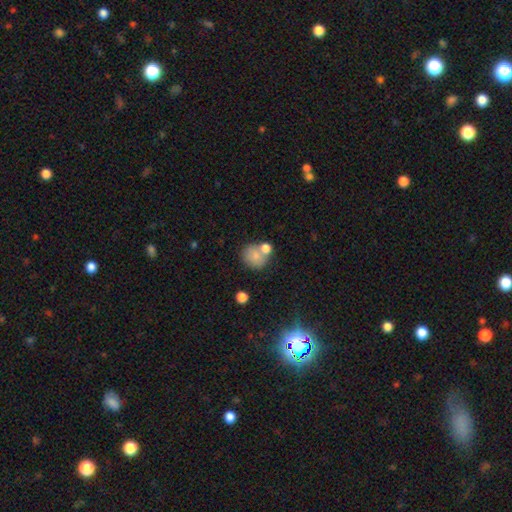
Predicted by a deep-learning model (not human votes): Smooth or featured? smooth (77%)
How rounded? round (82%)
Merging? none (54%)